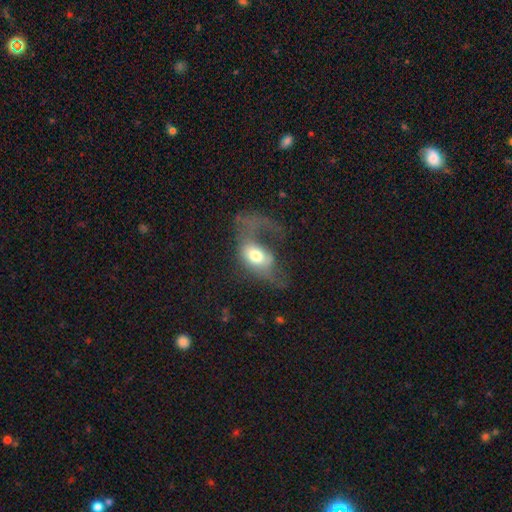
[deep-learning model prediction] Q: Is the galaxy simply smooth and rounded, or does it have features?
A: smooth — 53%.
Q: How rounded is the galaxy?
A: in between — 74%.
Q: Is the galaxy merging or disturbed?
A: major disturbance — 65%.